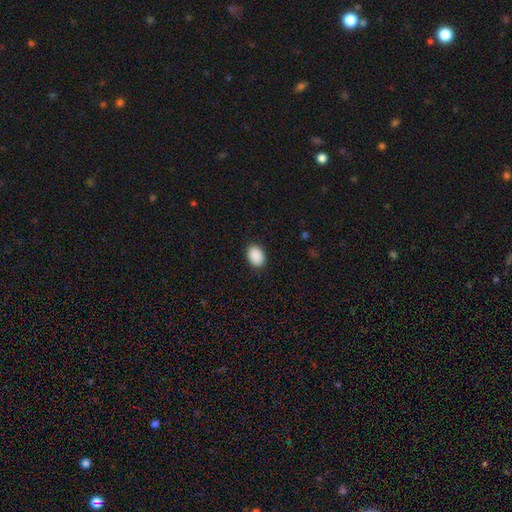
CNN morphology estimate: This is clearly a smooth galaxy (91%). How rounded: likely in between (78%). Merging: clearly none (90%).